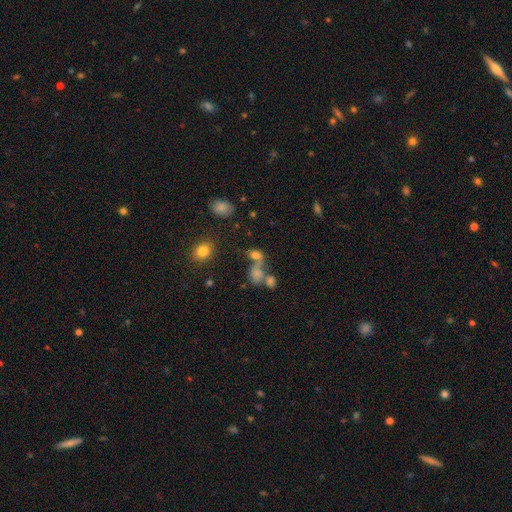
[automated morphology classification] Smooth or featured? smooth (66%)
How rounded? in between (62%)
Merging? merger (49%)